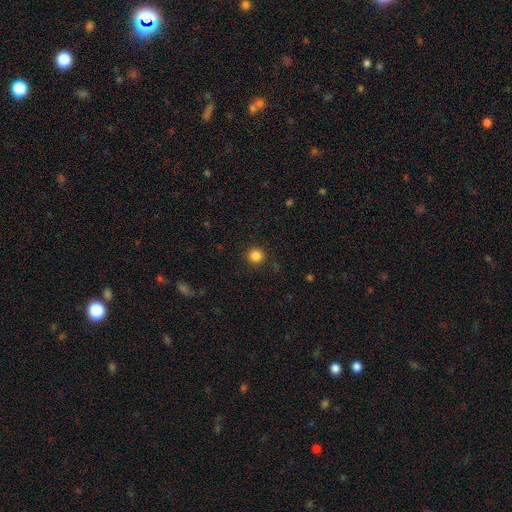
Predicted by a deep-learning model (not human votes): This is clearly a smooth galaxy (85%). How rounded: clearly round (94%). Merging: clearly none (91%).